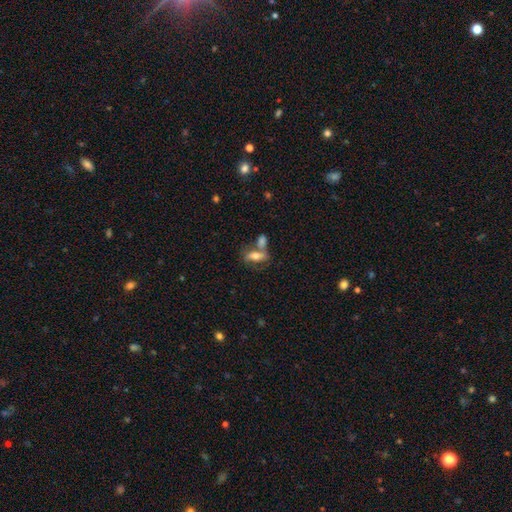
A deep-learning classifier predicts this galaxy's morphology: Smooth or featured?
  - smooth: 63% *
  - featured or disk: 28%
  - star or artifact: 9%
How rounded?
  - in between: 76% *
  - cigar-shaped: 19%
  - round: 5%
Merging?
  - none: 42% *
  - merger: 38%
  - minor disturbance: 13%
  - major disturbance: 7%